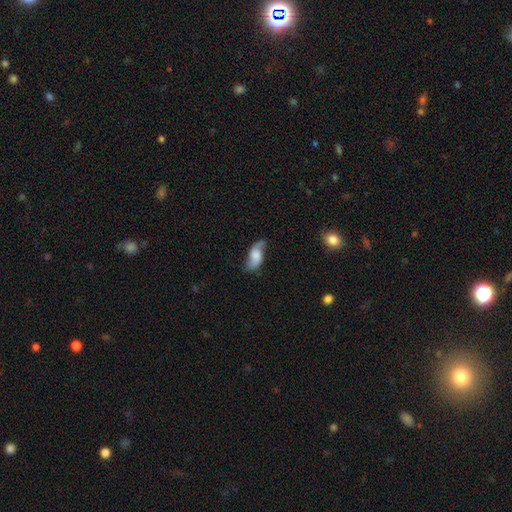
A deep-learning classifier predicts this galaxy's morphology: The model was most divided on "smooth or featured": featured or disk: 48%, smooth: 44%, star or artifact: 8%. More confident: merging — none (61%).